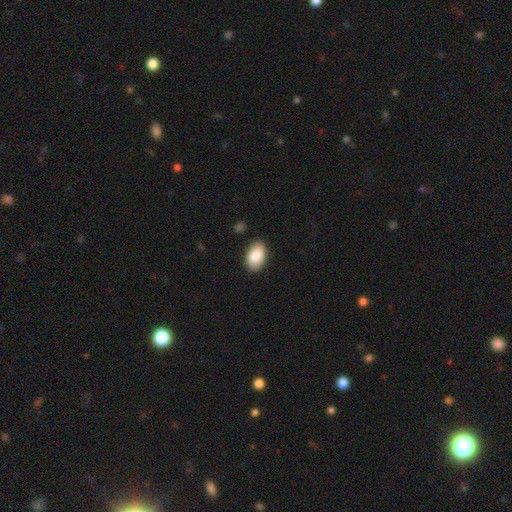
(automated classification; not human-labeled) smooth 86%, featured or disk 8%, star or artifact 6%. Down the decision tree: how rounded — in between (93%); merging — none (86%).